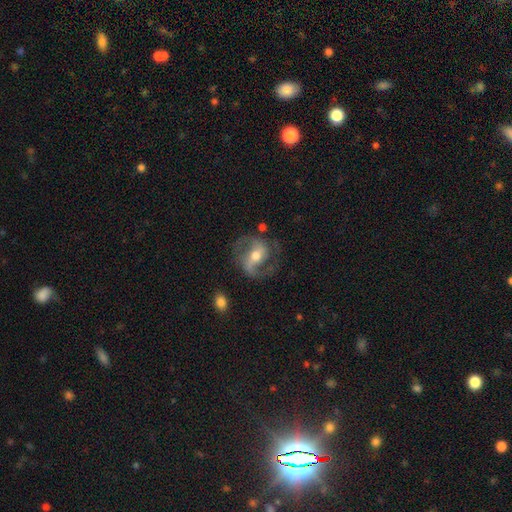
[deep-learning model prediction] This is clearly a featured or disk galaxy (86%). It is clearly not viewed edge-on (97%). Bar: marginally weak (41%). Spiral arm pattern: clearly yes (94%). Spiral arm count: clearly 2 (87%). Spiral winding: possibly medium (54%). Central bulge: likely moderate (68%). Merging: likely none (71%).